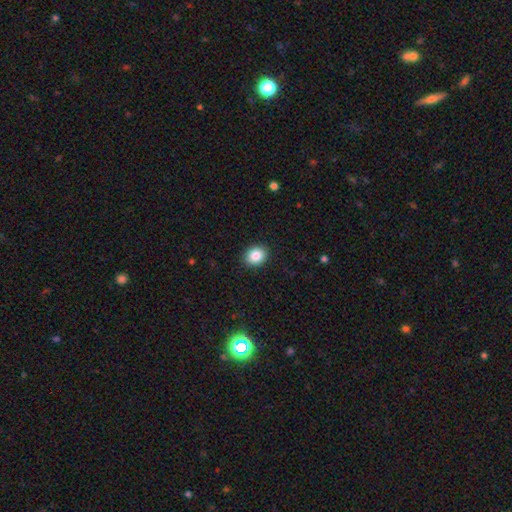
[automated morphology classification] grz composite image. It shows a smooth galaxy with no disk features (85%) that is round (53%). Merging: none (90%).